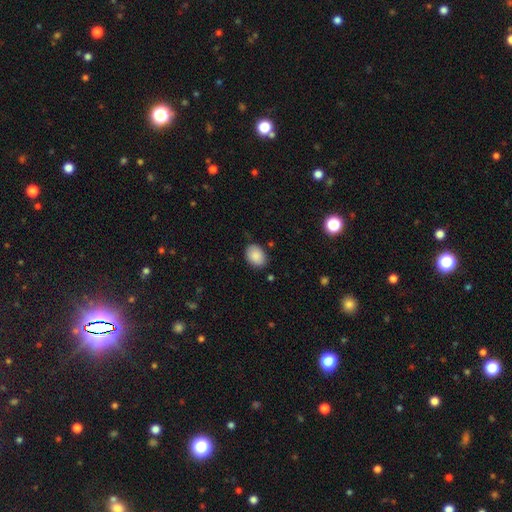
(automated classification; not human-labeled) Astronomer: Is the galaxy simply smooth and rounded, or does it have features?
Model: smooth — 88%.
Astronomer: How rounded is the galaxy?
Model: in between — 70%.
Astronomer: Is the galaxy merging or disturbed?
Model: none — 80%.